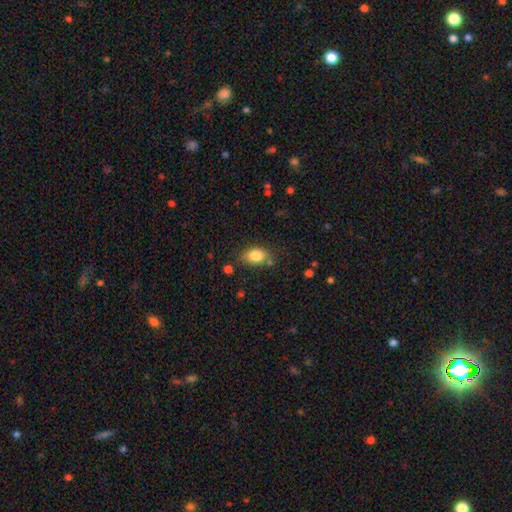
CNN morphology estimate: Smooth or featured? smooth (83%)
How rounded? in between (79%)
Merging? none (69%)